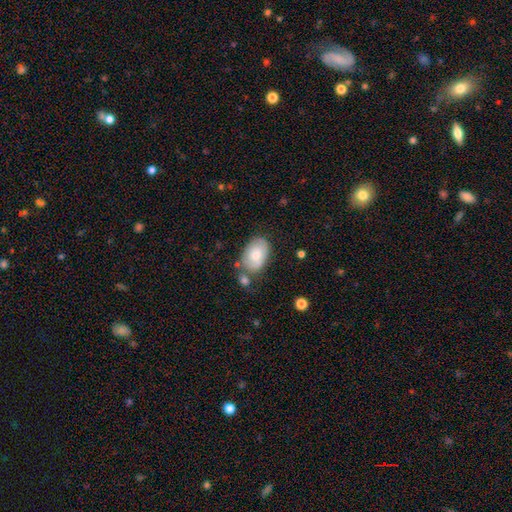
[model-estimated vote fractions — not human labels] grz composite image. It shows a smooth galaxy with no disk features (64%) that is in between round and cigar-shaped (86%). Merging: none (61%).